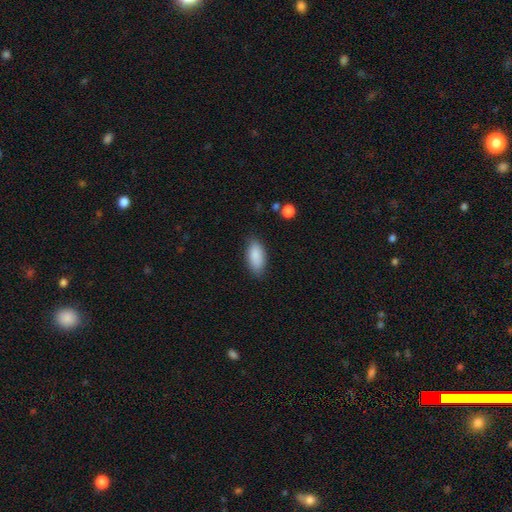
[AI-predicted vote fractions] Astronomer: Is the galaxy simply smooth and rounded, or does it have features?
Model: smooth — 88%.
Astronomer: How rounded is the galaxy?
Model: in between — 88%.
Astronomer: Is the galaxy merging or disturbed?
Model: none — 82%.